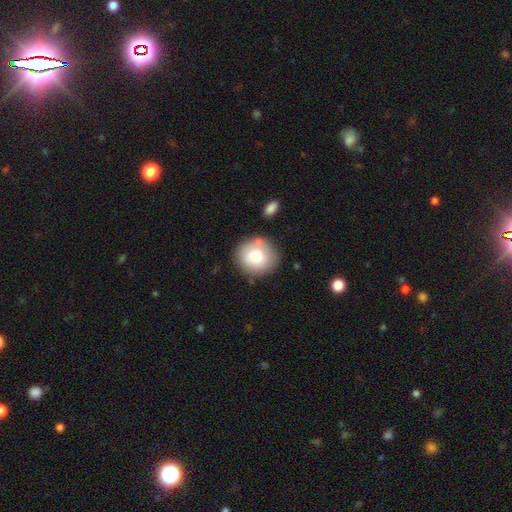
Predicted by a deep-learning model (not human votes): The model was most divided on "merging": none: 72%, minor disturbance: 15%, merger: 9%, major disturbance: 5%. More confident: how rounded — round (85%); smooth or featured — smooth (80%).